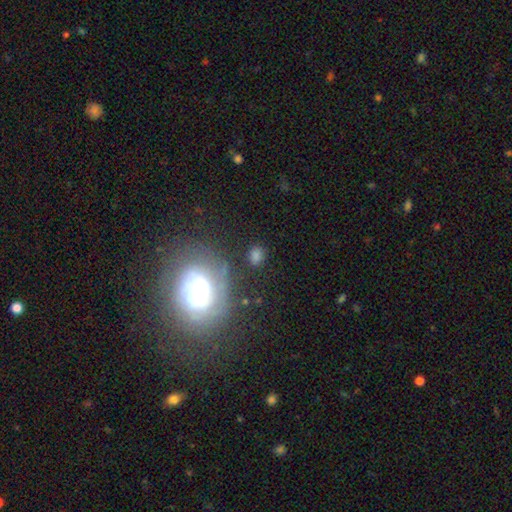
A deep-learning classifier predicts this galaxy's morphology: smooth-or-featured: smooth: 54% | featured or disk: 29% | star or artifact: 17%
  how-rounded: round: 52% | in between: 45% | cigar-shaped: 3%
  merging: none: 66% | minor disturbance: 18% | major disturbance: 10% | merger: 6%